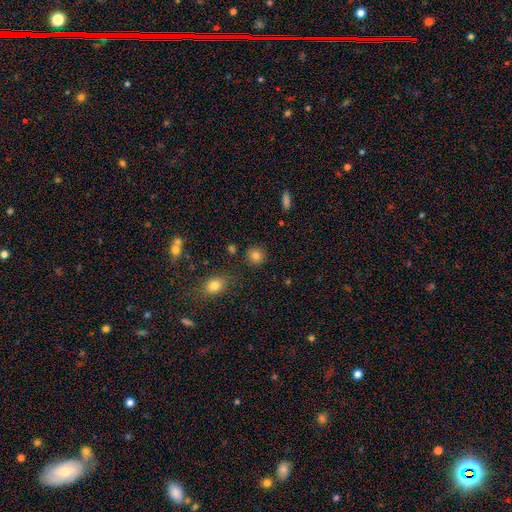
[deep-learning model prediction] Q: Smooth or featured?
A: smooth (82%); runner-up: star or artifact (12%)
Q: How rounded?
A: round (89%); runner-up: in between (9%)
Q: Merging?
A: none (87%); runner-up: minor disturbance (8%)